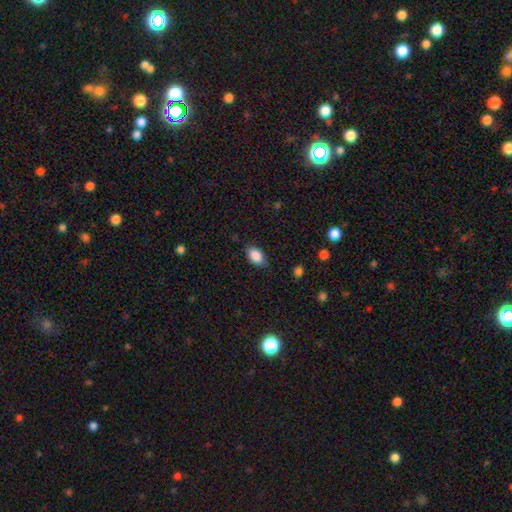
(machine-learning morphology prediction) A smooth galaxy with no disk features (88%) that is in between round and cigar-shaped (91%).

Vote fractions:
- Smooth or featured? smooth: 88% / star or artifact: 7% / featured or disk: 5%
- How rounded? in between: 91% / round: 7% / cigar-shaped: 2%
- Merging? none: 82% / minor disturbance: 14% / major disturbance: 3% / merger: 1%